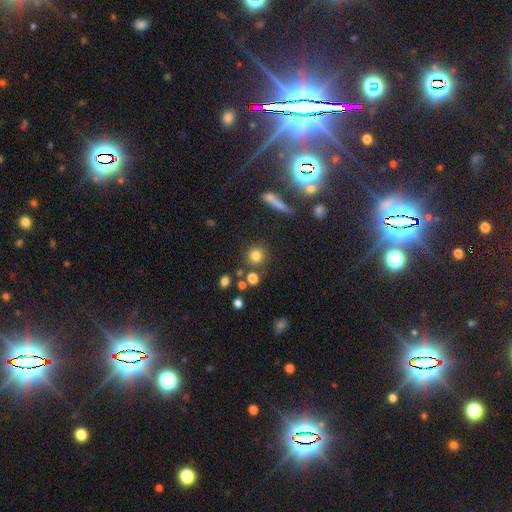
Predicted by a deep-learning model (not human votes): Smooth or featured? Predicted: smooth (p=0.79). How rounded? Predicted: round (p=0.90). Merging? Predicted: none (p=0.82).